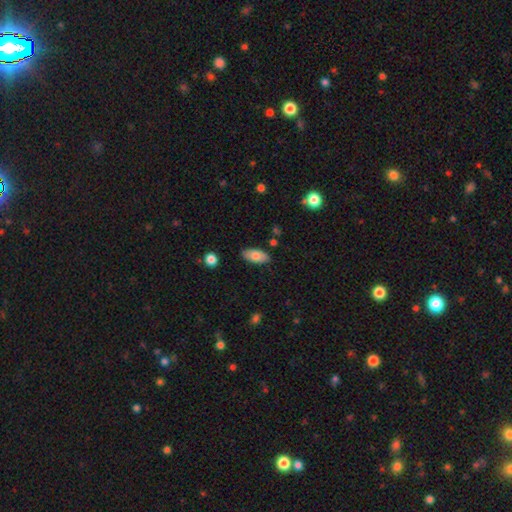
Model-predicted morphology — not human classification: smooth_or_featured: smooth (p=0.77) [alt: featured or disk p=0.16]
how_rounded: in between (p=0.91) [alt: cigar-shaped p=0.07]
merging: none (p=0.85) [alt: minor disturbance p=0.11]